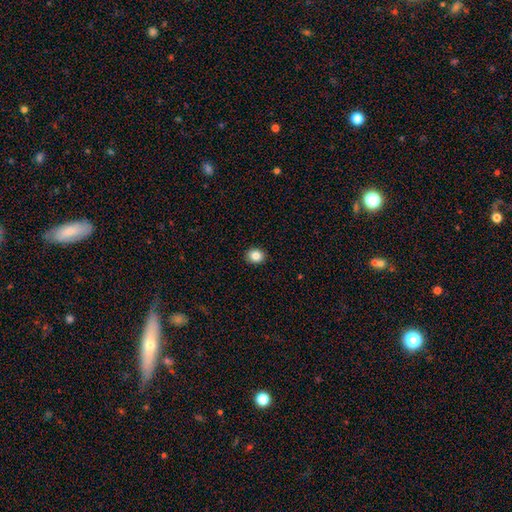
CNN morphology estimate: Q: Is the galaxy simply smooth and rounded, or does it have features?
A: smooth — 85%.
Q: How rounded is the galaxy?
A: round — 72%.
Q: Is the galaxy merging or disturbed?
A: none — 92%.